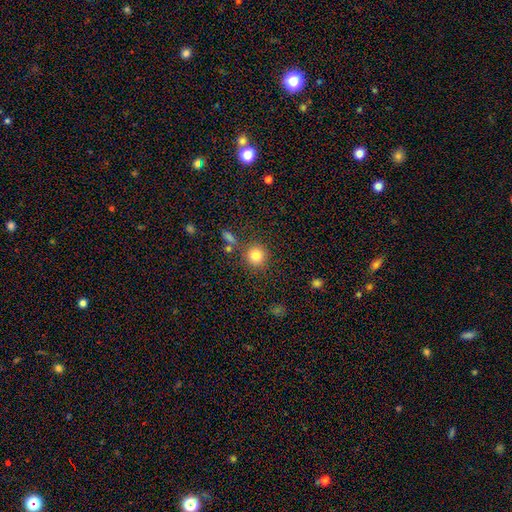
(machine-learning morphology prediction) Q: Smooth or featured?
A: smooth (82%); runner-up: star or artifact (12%)
Q: How rounded?
A: round (92%); runner-up: in between (7%)
Q: Merging?
A: none (83%); runner-up: minor disturbance (8%)